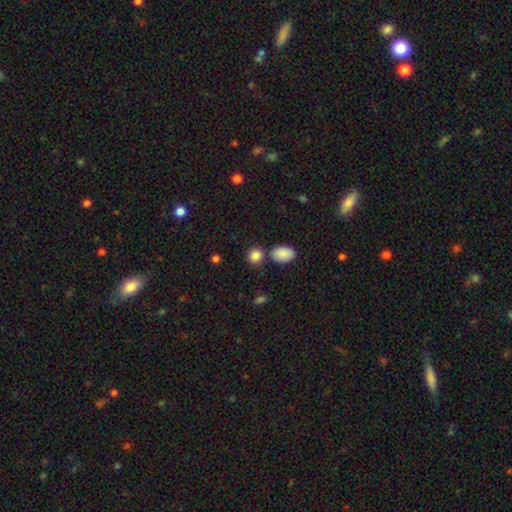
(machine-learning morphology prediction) A smooth galaxy with no disk features (86%) that is round (77%).

Vote fractions:
- Smooth or featured? smooth: 86% / star or artifact: 9% / featured or disk: 4%
- How rounded? round: 77% / in between: 22% / cigar-shaped: 1%
- Merging? none: 75% / merger: 14% / minor disturbance: 9% / major disturbance: 3%